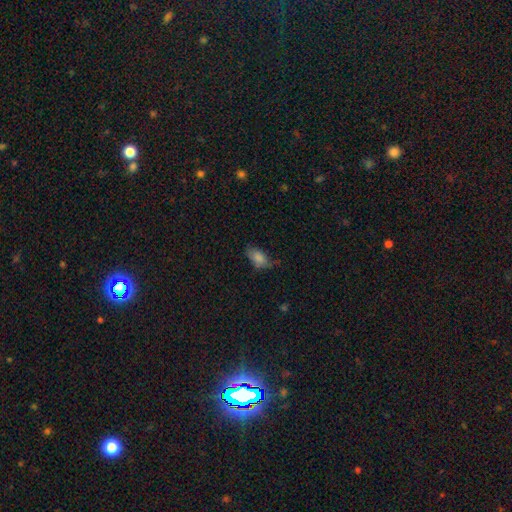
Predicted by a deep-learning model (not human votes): A smooth galaxy with no disk features (71%) that is in between round and cigar-shaped (86%). Merging: none (56%).